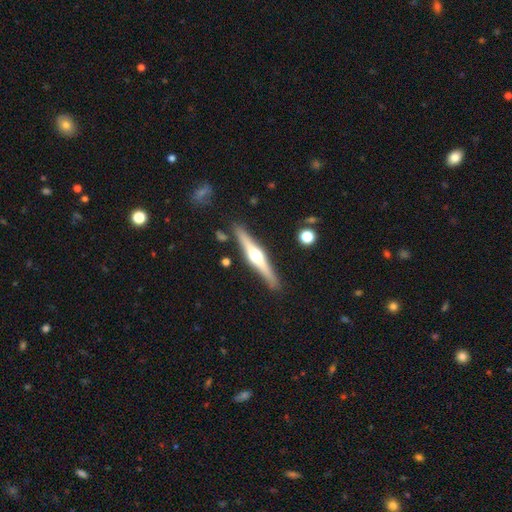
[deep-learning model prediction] smooth-or-featured: featured or disk: 74% | smooth: 21% | star or artifact: 5%
  disk-edge-on: yes: 98% | no: 2%
    edge-on-bulge: rounded: 94% | boxy: 4% | none: 2%
  merging: none: 88% | minor disturbance: 9% | merger: 2% | major disturbance: 2%